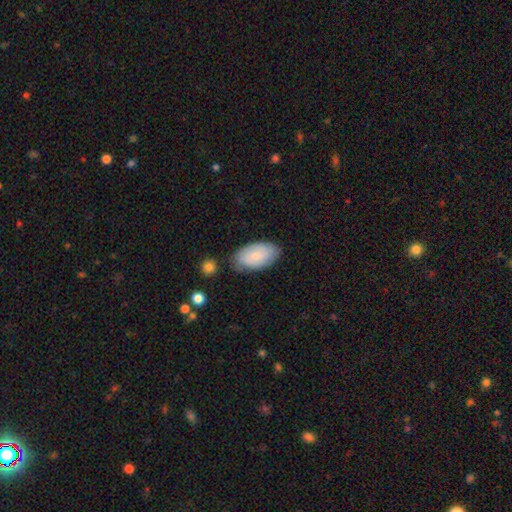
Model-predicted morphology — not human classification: Smooth or featured? smooth (72%)
How rounded? in between (95%)
Merging? none (75%)